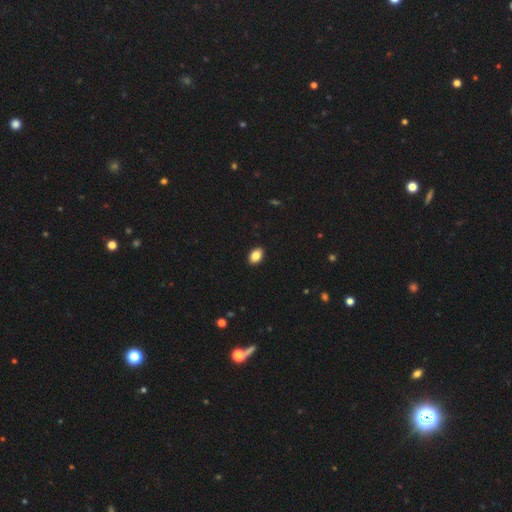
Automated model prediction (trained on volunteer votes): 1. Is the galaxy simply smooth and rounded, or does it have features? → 86% smooth, 8% star or artifact, 6% featured or disk.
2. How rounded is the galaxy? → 85% in between, 14% round, 1% cigar-shaped.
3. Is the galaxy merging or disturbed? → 91% none, 7% minor disturbance, 2% major disturbance, 1% merger.